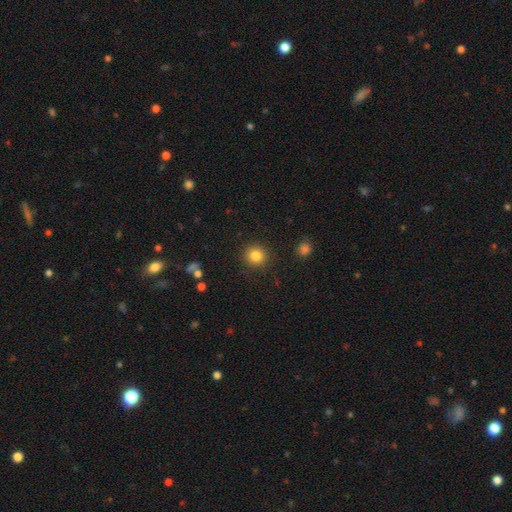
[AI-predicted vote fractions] Q: Smooth or featured?
A: smooth (84%); runner-up: star or artifact (11%)
Q: How rounded?
A: round (91%); runner-up: in between (8%)
Q: Merging?
A: none (90%); runner-up: minor disturbance (6%)